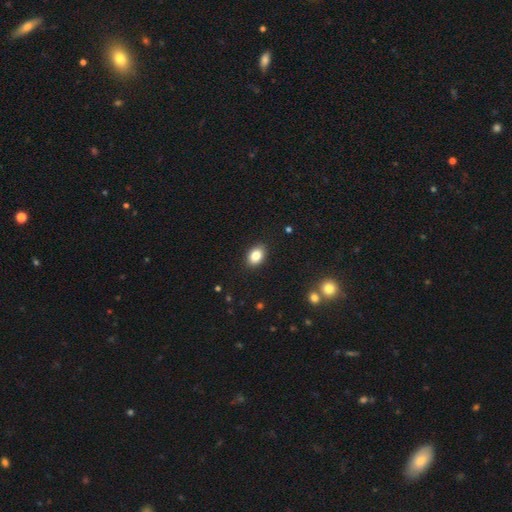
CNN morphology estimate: Smooth or featured: smooth — 85% (star or artifact — 9%)
How rounded: in between — 79% (round — 20%)
Merging: none — 89% (minor disturbance — 8%)